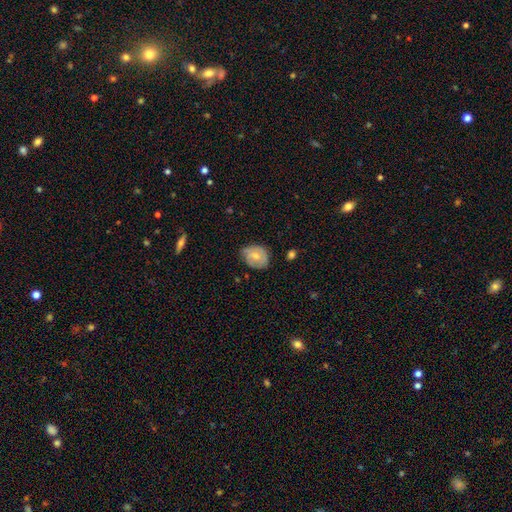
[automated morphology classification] smooth_or_featured: smooth (p=0.55) [alt: featured or disk p=0.38]
how_rounded: in between (p=0.54) [alt: round p=0.45]
merging: none (p=0.61) [alt: minor disturbance p=0.31]